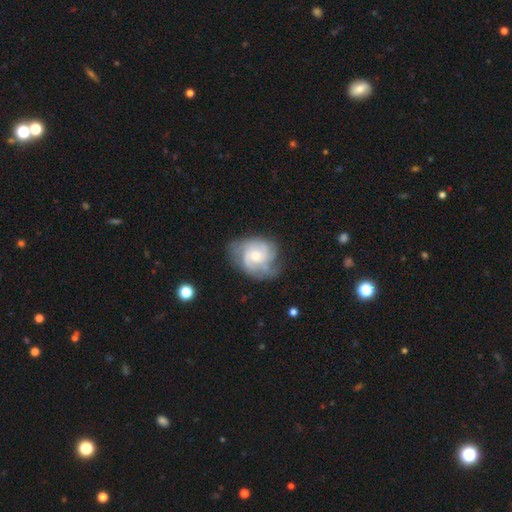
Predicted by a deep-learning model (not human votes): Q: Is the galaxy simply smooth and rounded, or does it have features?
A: featured or disk — 79%.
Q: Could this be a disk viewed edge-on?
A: no — 98%.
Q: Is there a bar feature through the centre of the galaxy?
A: no — 69%.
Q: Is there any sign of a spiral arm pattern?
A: yes — 94%.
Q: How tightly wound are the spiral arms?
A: tight — 47%.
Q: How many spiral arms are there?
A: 3 — 34%.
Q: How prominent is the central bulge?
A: moderate — 57%.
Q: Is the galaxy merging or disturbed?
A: none — 63%.